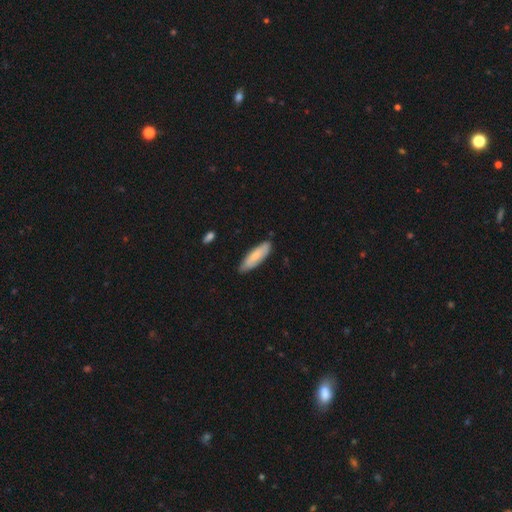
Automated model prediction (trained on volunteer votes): Smooth or featured: smooth — 74% (featured or disk — 21%)
How rounded: cigar-shaped — 56% (in between — 43%)
Merging: none — 82% (minor disturbance — 14%)